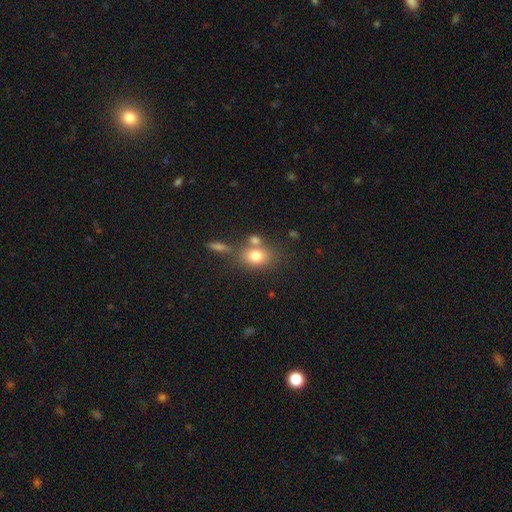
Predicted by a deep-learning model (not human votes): Smooth or featured? smooth (76%)
How rounded? in between (63%)
Merging? none (55%)